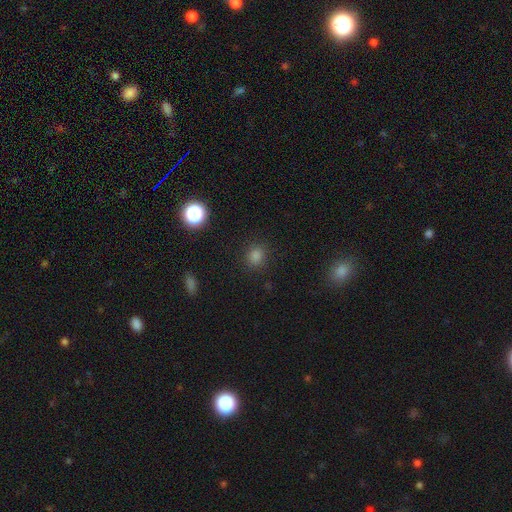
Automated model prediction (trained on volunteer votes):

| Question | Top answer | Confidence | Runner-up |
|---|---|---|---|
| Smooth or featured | smooth | 79% | star or artifact (17%) |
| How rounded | round | 81% | in between (18%) |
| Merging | none | 88% | minor disturbance (8%) |